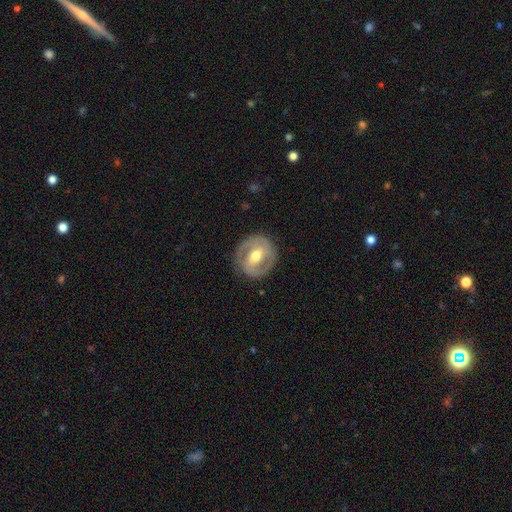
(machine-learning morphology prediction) This appears to be a featured or disk galaxy (77%) with a weak bar (41%), 2 (82%) tight (50%) spiral arms (76%) and a moderate central bulge (76%). Merging: none (83%).